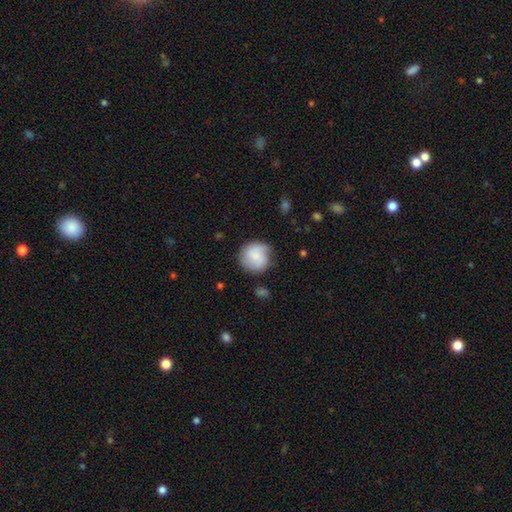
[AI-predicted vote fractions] Smooth or featured?
  - smooth: 72% *
  - featured or disk: 22%
  - star or artifact: 7%
How rounded?
  - round: 91% *
  - in between: 8%
  - cigar-shaped: 1%
Merging?
  - none: 72% *
  - minor disturbance: 20%
  - major disturbance: 6%
  - merger: 2%